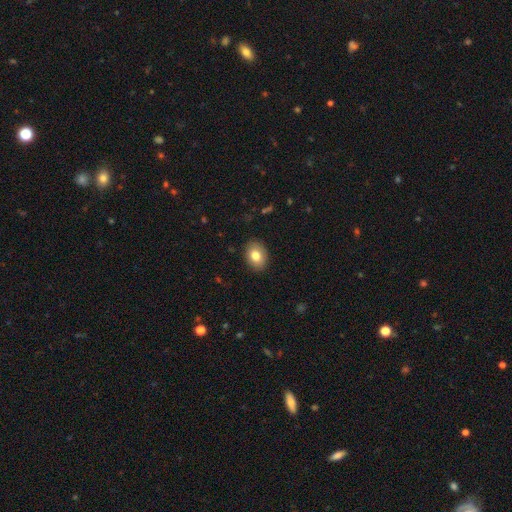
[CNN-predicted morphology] A smooth galaxy with no disk features (81%) that is in between round and cigar-shaped (69%). Merging: none (89%).